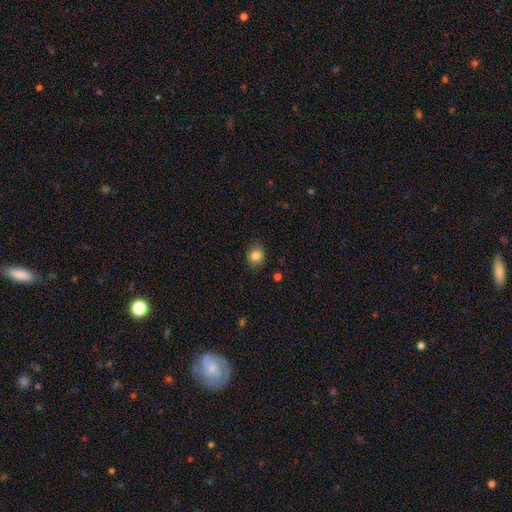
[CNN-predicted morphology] This is clearly a smooth galaxy (84%). How rounded: likely round (71%). Merging: clearly none (86%).